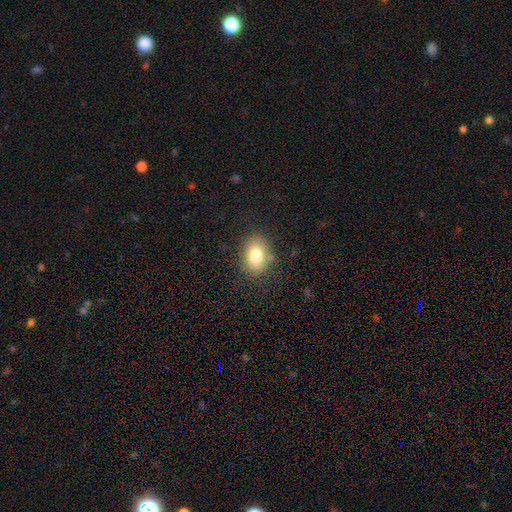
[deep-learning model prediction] Overall: smooth (79%). How rounded: in between (78%). Merging: none (79%).